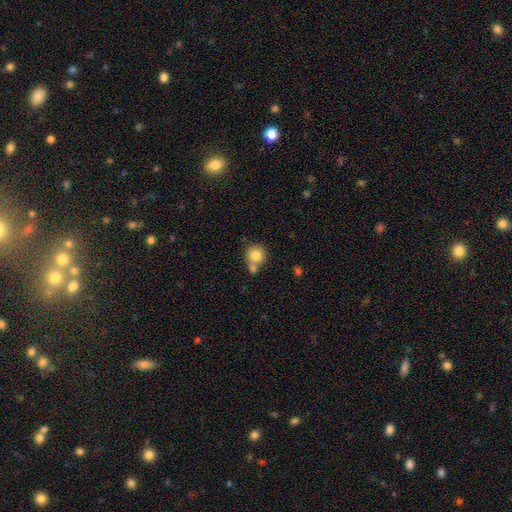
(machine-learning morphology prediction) Smooth or featured: smooth — 80% (featured or disk — 10%)
How rounded: round — 89% (in between — 10%)
Merging: none — 52% (merger — 35%)